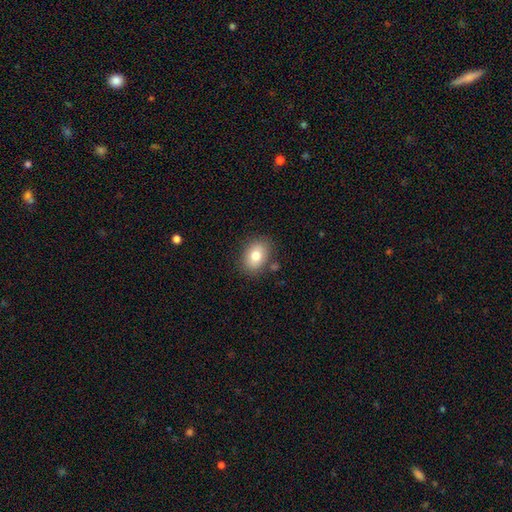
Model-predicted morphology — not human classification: This is likely a smooth galaxy (79%). How rounded: likely in between (74%). Merging: clearly none (81%).